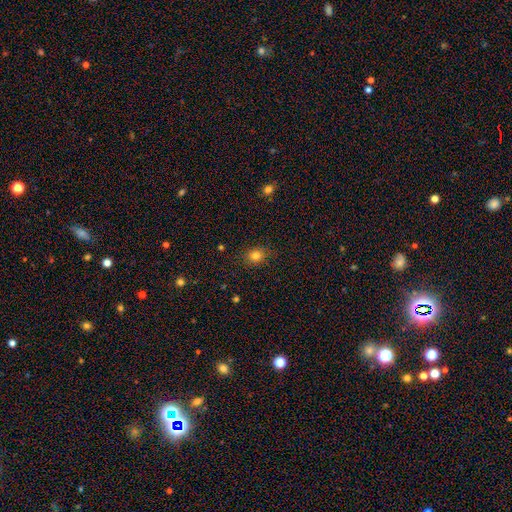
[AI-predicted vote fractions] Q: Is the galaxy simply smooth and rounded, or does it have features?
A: smooth — 80%.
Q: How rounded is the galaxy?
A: round — 62%.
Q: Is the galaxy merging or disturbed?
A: none — 86%.